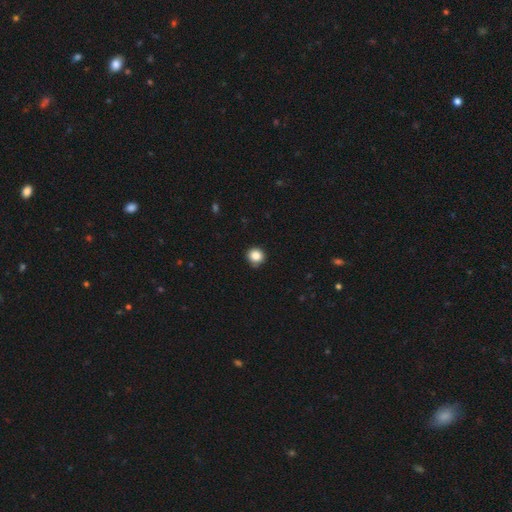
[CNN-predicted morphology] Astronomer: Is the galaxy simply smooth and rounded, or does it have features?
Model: smooth — 86%.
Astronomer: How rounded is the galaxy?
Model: round — 91%.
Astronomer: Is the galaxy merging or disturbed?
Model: none — 87%.